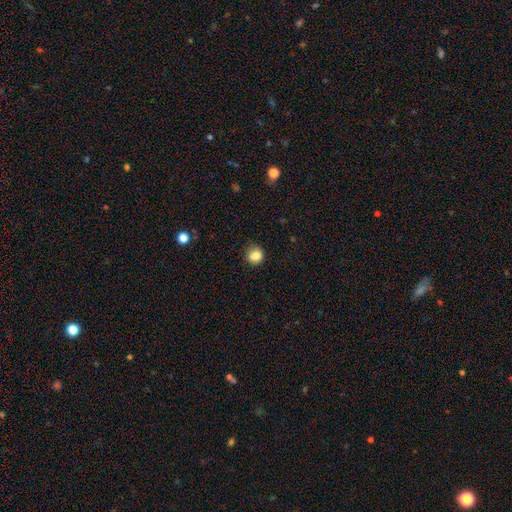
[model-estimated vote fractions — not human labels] Overall: smooth (82%). How rounded: round (83%). Merging: none (70%).